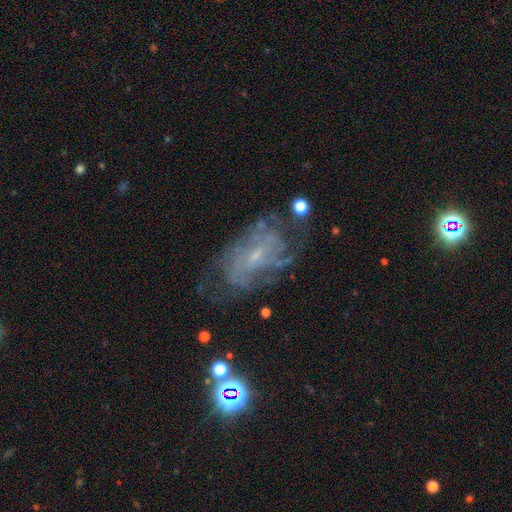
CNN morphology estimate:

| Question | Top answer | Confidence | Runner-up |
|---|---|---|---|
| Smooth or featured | featured or disk | 72% | smooth (15%) |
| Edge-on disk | no | 95% | yes (5%) |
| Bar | no | 56% | weak (36%) |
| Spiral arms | yes | 74% | no (26%) |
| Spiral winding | tight | 46% | medium (37%) |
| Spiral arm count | can't tell | 57% | 2 (15%) |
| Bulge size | small | 73% | moderate (16%) |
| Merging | none | 57% | minor disturbance (22%) |